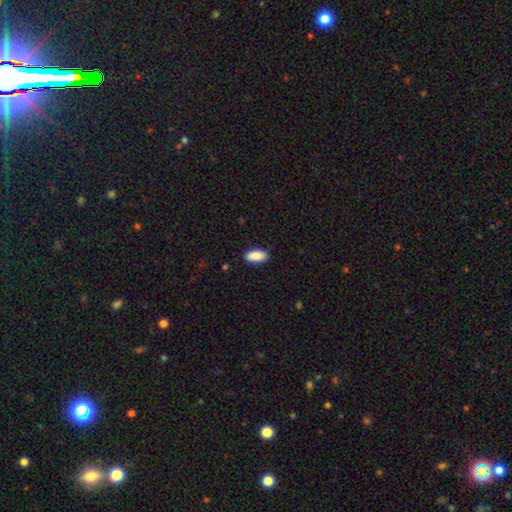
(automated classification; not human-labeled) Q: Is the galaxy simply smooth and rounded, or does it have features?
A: smooth — 90%.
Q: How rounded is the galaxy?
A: in between — 89%.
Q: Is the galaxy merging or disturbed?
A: none — 89%.